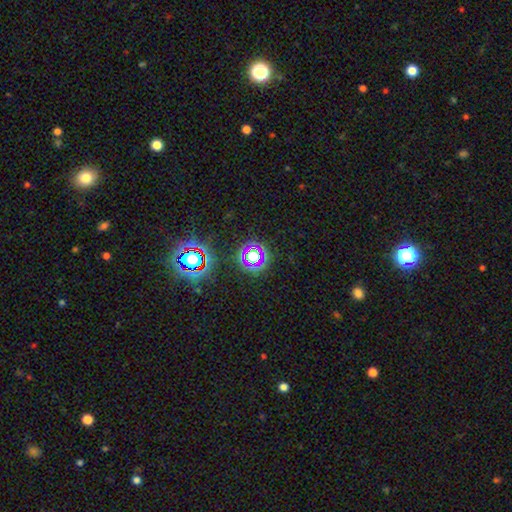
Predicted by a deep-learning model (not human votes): Smooth or featured? star or artifact (63%)